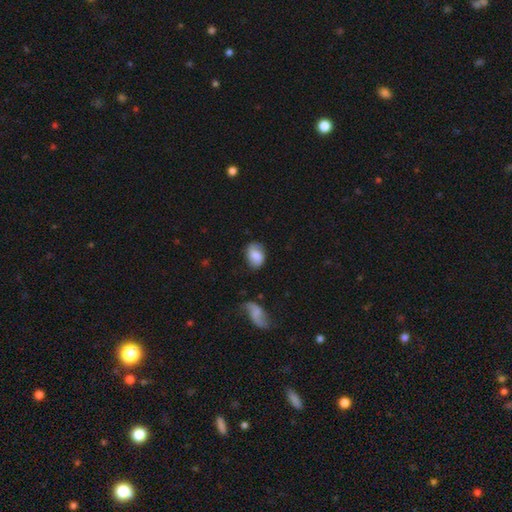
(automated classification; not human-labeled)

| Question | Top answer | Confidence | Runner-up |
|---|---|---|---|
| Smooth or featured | smooth | 63% | featured or disk (29%) |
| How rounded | in between | 76% | round (23%) |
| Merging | none | 70% | minor disturbance (21%) |